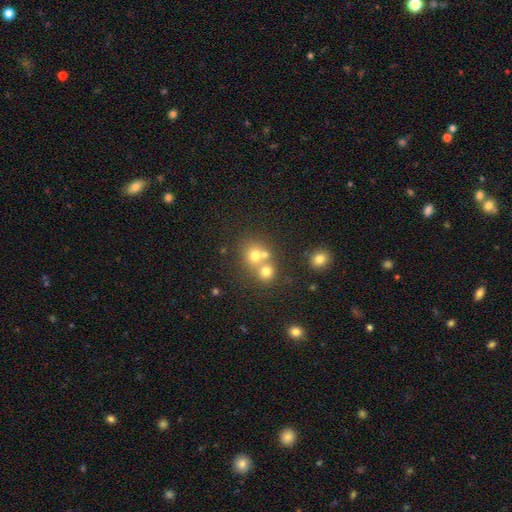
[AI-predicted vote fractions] A smooth galaxy with no disk features (67%) that is round (82%).

Vote fractions:
- Smooth or featured? smooth: 67% / star or artifact: 17% / featured or disk: 16%
- How rounded? round: 82% / in between: 18% / cigar-shaped: 1%
- Merging? merger: 48% / none: 42% / minor disturbance: 7% / major disturbance: 3%